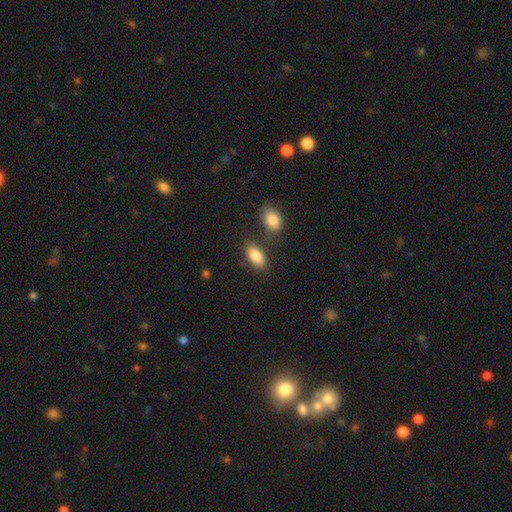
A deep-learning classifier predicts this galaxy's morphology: This is clearly a smooth galaxy (85%). How rounded: clearly in between (89%). Merging: likely none (70%).